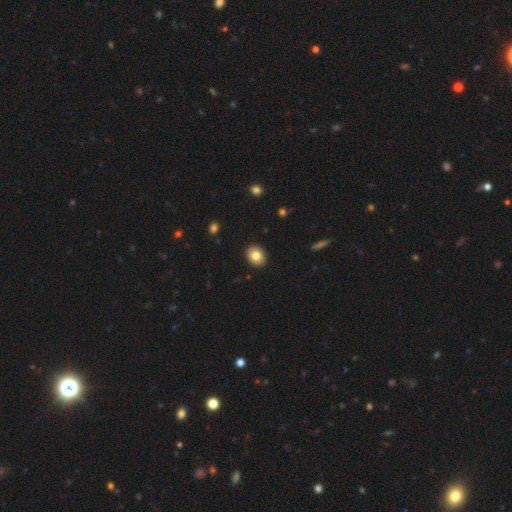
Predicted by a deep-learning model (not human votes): Smooth or featured? smooth (82%)
How rounded? round (50%)
Merging? none (91%)